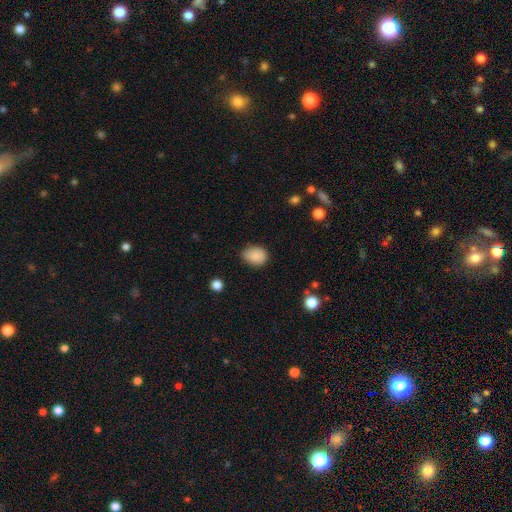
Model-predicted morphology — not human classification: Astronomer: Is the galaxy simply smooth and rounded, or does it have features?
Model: smooth — 87%.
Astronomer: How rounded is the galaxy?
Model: in between — 61% (runner-up: round, 38%).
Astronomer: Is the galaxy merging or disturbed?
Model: none — 70%.